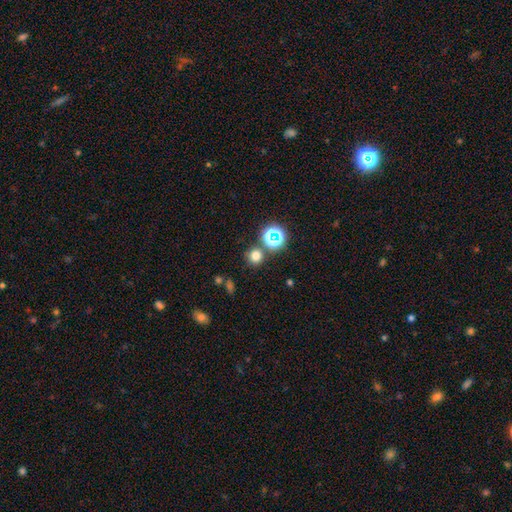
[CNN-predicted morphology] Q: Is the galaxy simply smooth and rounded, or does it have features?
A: smooth — 70%.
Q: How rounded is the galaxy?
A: round — 90%.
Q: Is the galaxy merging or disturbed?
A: none — 80%.